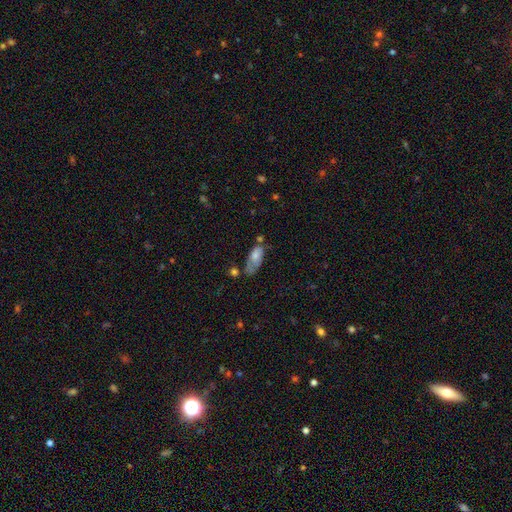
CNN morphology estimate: type=smooth (69%); roundness=in between (82%); merging=none (32%, tied with minor disturbance).